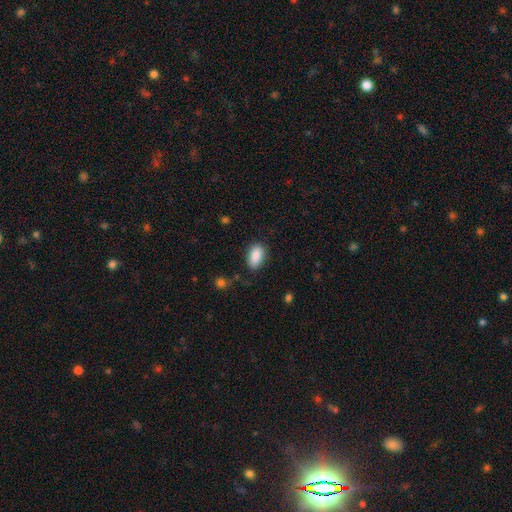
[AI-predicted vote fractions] This appears to be a smooth galaxy with no disk features (89%) that is in between round and cigar-shaped (93%). Merging: none (84%).